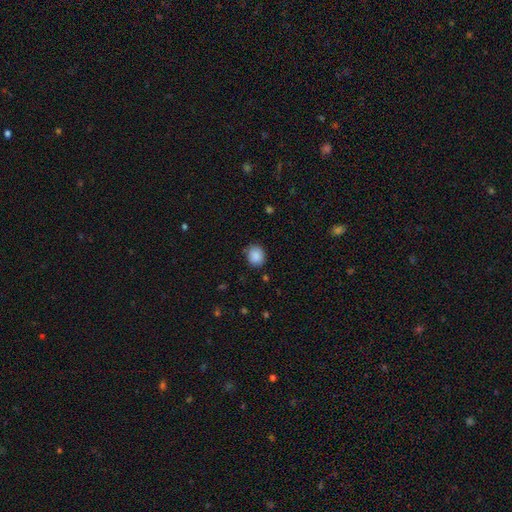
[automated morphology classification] Smooth or featured?
  - smooth: 88% *
  - star or artifact: 8%
  - featured or disk: 4%
How rounded?
  - round: 68% *
  - in between: 31%
  - cigar-shaped: 1%
Merging?
  - none: 81% *
  - minor disturbance: 15%
  - major disturbance: 3%
  - merger: 1%